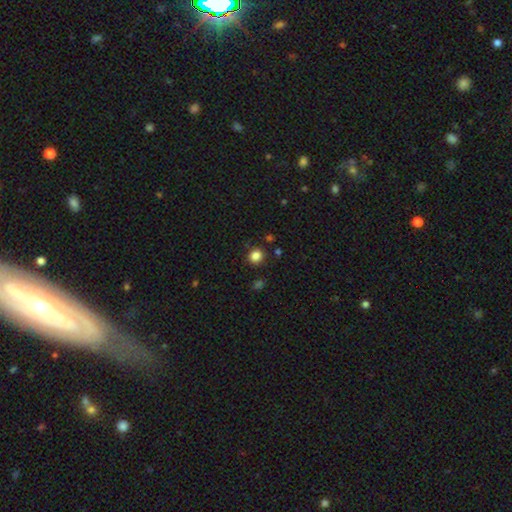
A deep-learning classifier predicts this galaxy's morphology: smooth_or_featured: smooth (p=0.84) [alt: star or artifact p=0.12]
how_rounded: round (p=0.86) [alt: in between p=0.13]
merging: none (p=0.88) [alt: minor disturbance p=0.07]